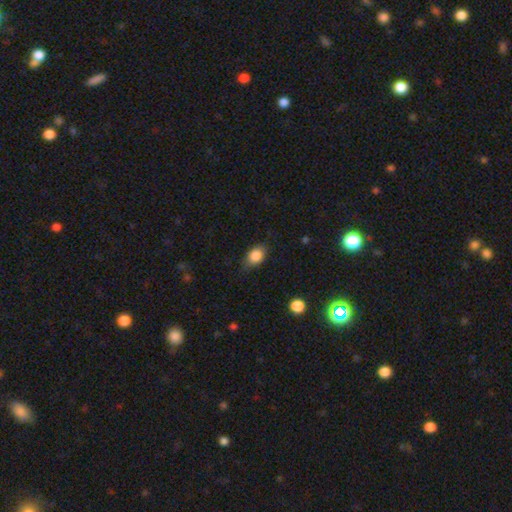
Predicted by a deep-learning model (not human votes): A smooth galaxy with no disk features (83%) that is in between round and cigar-shaped (73%). Merging: none (76%).